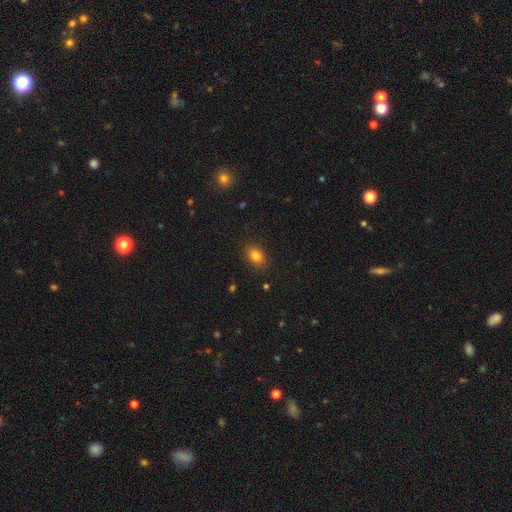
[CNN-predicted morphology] Smooth or featured? smooth (82%)
How rounded? in between (74%)
Merging? none (84%)